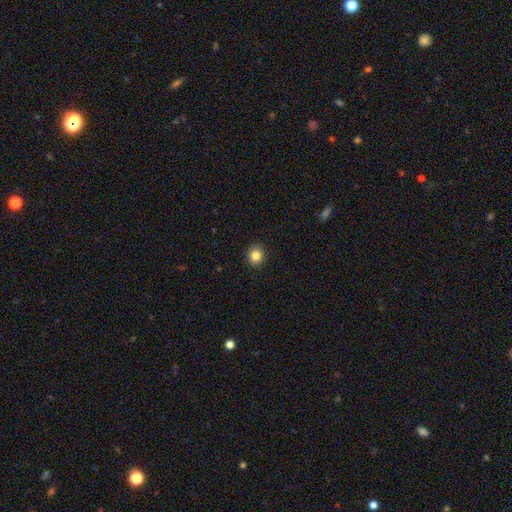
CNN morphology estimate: type=smooth (84%); roundness=round (80%); merging=none (91%).